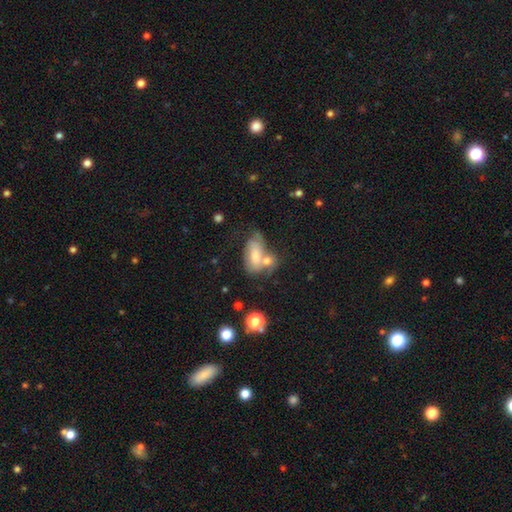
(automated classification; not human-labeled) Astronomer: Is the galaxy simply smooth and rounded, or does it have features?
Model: smooth — 63%.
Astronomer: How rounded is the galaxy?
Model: in between — 88%.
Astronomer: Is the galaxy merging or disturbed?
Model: merger — 44% (runner-up: none, 27%).